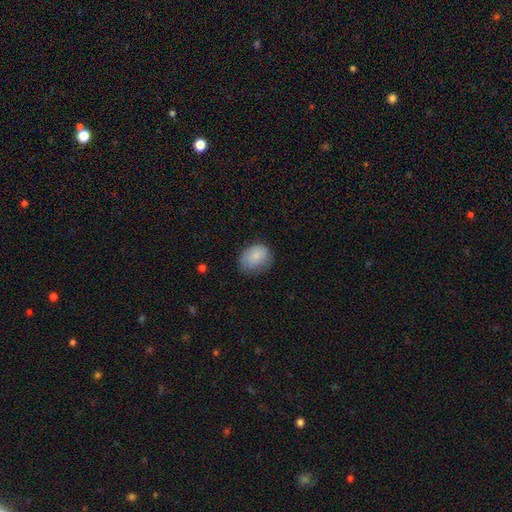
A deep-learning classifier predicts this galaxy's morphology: smooth 83%, featured or disk 10%, star or artifact 7%. Down the decision tree: how rounded — in between (61%); merging — none (63%).